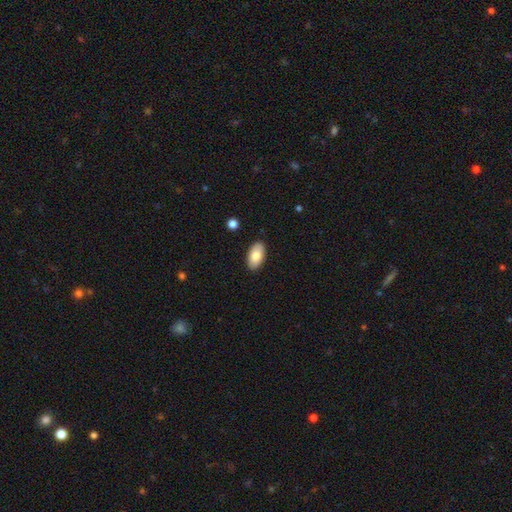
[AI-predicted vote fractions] Smooth or featured? Predicted: smooth (p=0.82). How rounded? Predicted: in between (p=0.95). Merging? Predicted: none (p=0.88).